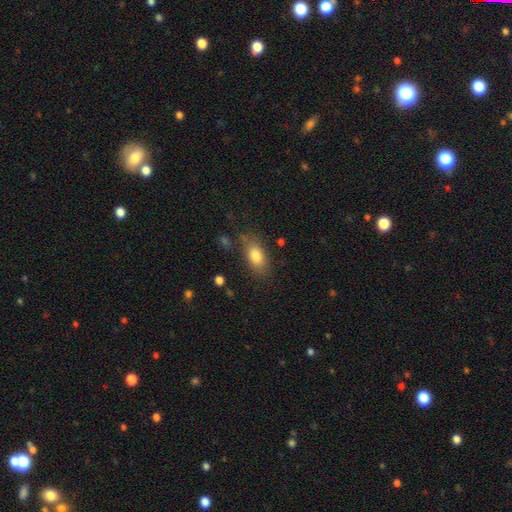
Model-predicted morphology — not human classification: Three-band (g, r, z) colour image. It shows a smooth galaxy with no disk features (81%) that is in between round and cigar-shaped (85%). Merging: none (75%).